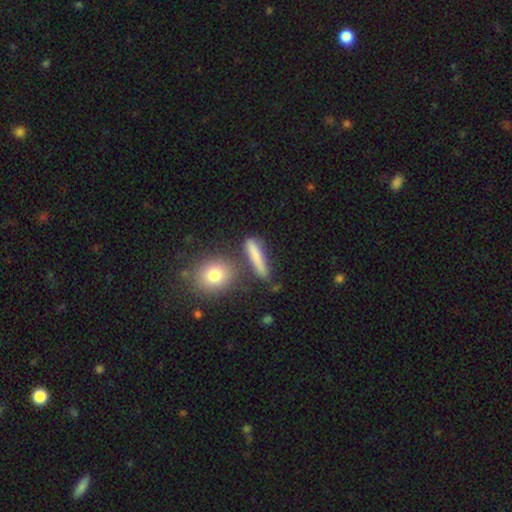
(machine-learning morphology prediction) Overall: smooth (74%). How rounded: cigar-shaped (76%). Merging: none (74%).